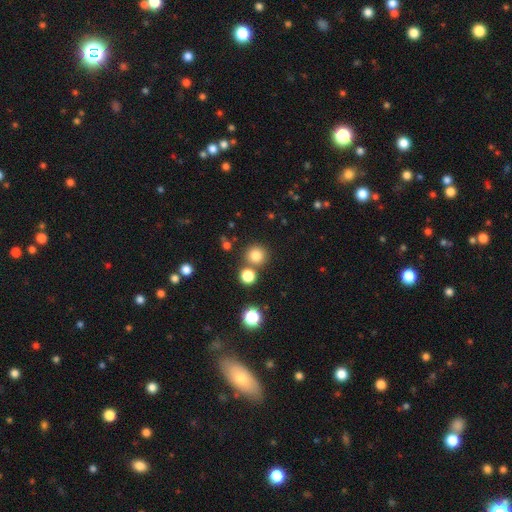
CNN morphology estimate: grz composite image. It shows a smooth galaxy with no disk features (80%) that is round (93%). Merging: none (76%).